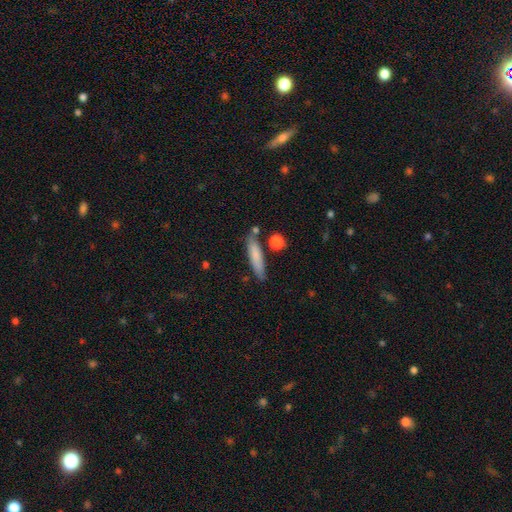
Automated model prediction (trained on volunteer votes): A smooth galaxy with no disk features (76%) that is cigar-shaped (84%). Merging: none (76%).